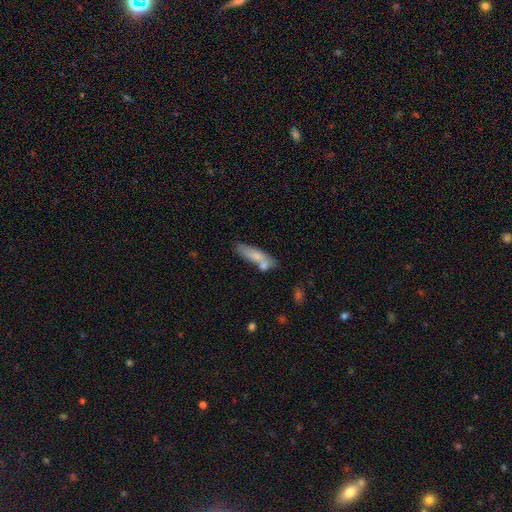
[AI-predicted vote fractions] Morphology: type=smooth (73%); roundness=cigar-shaped (64%); merging=none (56%).